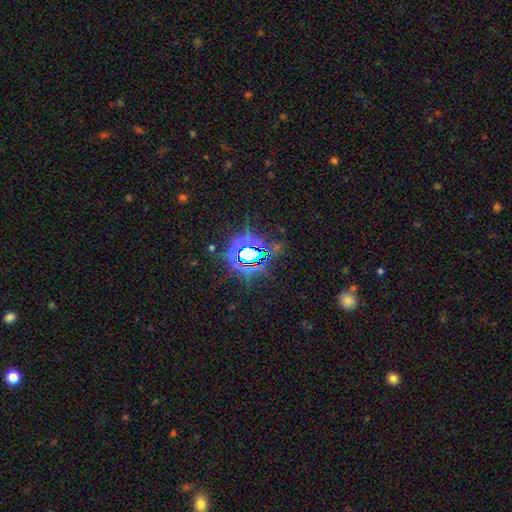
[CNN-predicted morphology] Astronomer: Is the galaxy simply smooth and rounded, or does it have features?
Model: star or artifact — 79%.